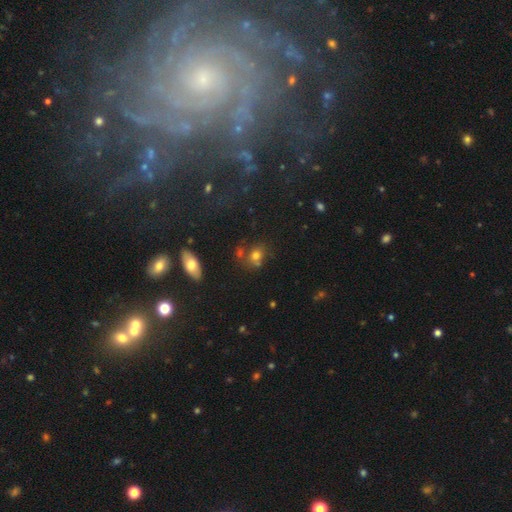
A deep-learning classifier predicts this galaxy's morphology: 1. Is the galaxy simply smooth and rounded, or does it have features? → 69% smooth, 17% star or artifact, 14% featured or disk.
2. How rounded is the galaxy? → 53% round, 45% in between, 2% cigar-shaped.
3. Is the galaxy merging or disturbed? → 56% none, 22% merger, 16% minor disturbance, 7% major disturbance.